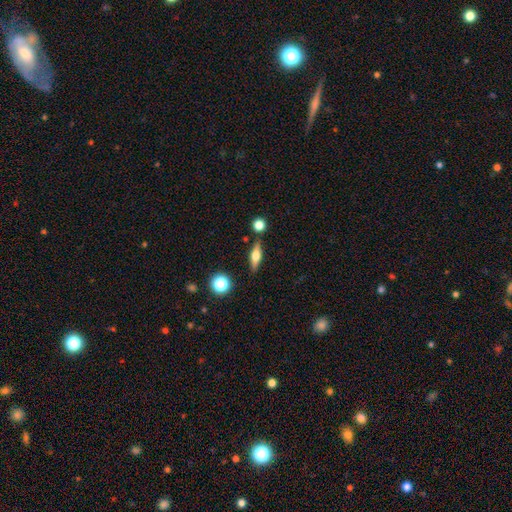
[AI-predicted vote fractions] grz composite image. It shows a featured or disk galaxy (47%). Merging: none (82%).